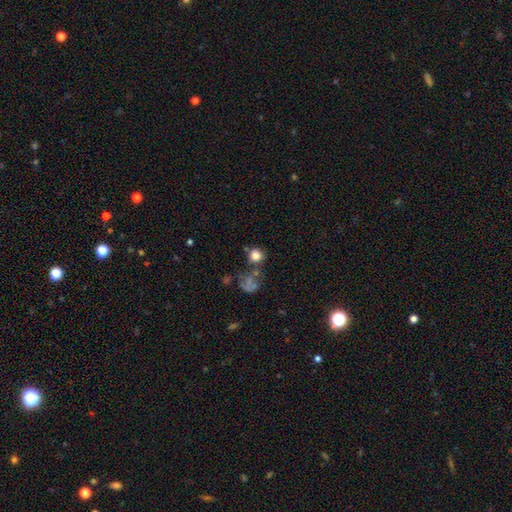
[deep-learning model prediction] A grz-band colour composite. It shows a smooth galaxy with no disk features (77%) that is round (83%). Merging: none (52%).